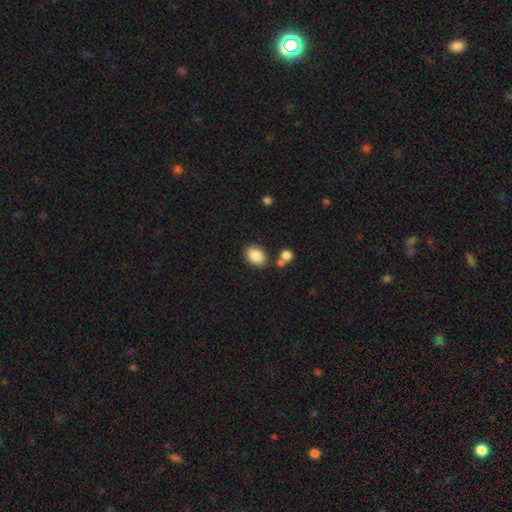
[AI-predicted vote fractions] smooth-or-featured: smooth: 86% | star or artifact: 8% | featured or disk: 6%
  how-rounded: in between: 77% | round: 22% | cigar-shaped: 1%
  merging: none: 77% | minor disturbance: 11% | merger: 9% | major disturbance: 3%